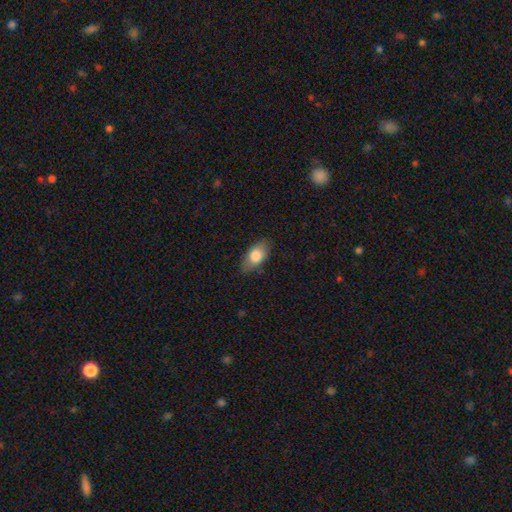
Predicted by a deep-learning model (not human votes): Q: Smooth or featured?
A: smooth (78%); runner-up: featured or disk (15%)
Q: How rounded?
A: in between (89%); runner-up: round (5%)
Q: Merging?
A: none (82%); runner-up: minor disturbance (14%)